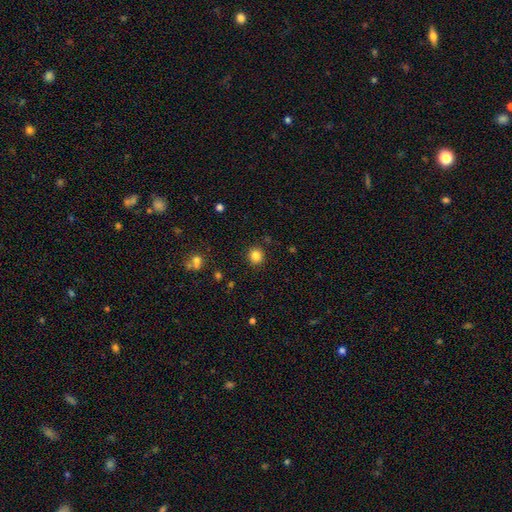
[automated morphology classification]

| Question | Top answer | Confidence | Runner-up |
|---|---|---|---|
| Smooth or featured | smooth | 84% | star or artifact (12%) |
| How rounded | round | 90% | in between (9%) |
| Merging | none | 90% | minor disturbance (6%) |